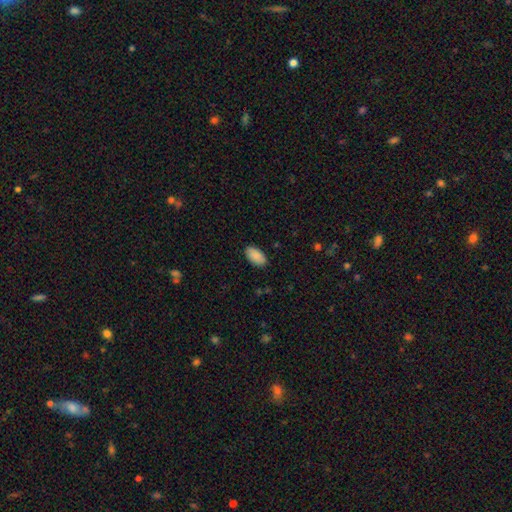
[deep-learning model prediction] Morphology: type=smooth (89%); roundness=in between (95%); merging=none (87%).